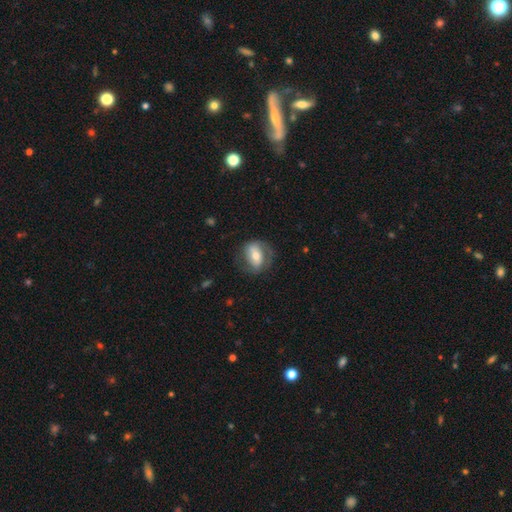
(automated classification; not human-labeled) smooth-or-featured: featured or disk: 52% | smooth: 41% | star or artifact: 7%
  disk-edge-on: no: 93% | yes: 7%
  merging: none: 65% | minor disturbance: 20% | major disturbance: 13% | merger: 1%